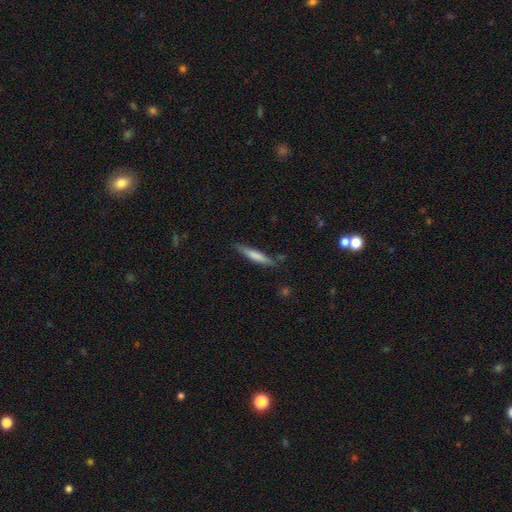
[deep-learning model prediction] Morphology: type=smooth (71%); roundness=cigar-shaped (90%); merging=none (81%).